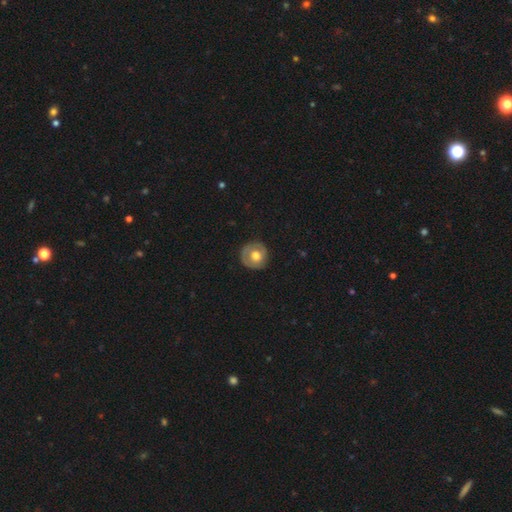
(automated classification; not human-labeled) This is possibly a smooth galaxy (53%). How rounded: clearly round (91%). Merging: clearly none (81%).